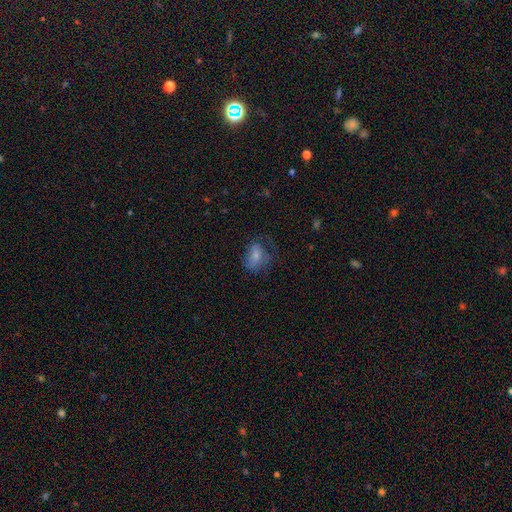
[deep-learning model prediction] Q: Smooth or featured?
A: smooth (67%); runner-up: featured or disk (22%)
Q: How rounded?
A: in between (75%); runner-up: round (23%)
Q: Merging?
A: none (46%); runner-up: minor disturbance (27%)